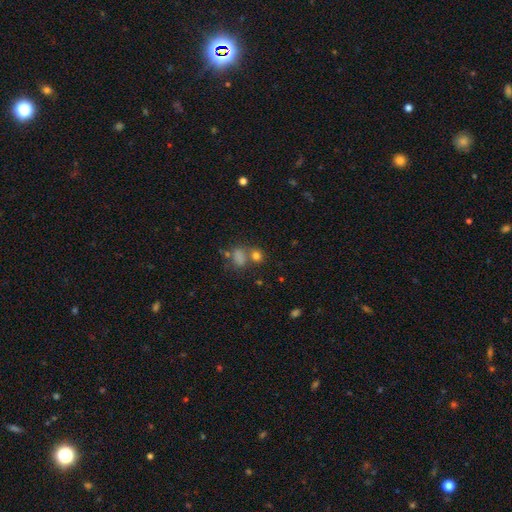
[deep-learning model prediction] smooth-or-featured: smooth: 73% | star or artifact: 17% | featured or disk: 10%
  how-rounded: round: 55% | in between: 43% | cigar-shaped: 2%
  merging: none: 47% | merger: 34% | minor disturbance: 12% | major disturbance: 7%